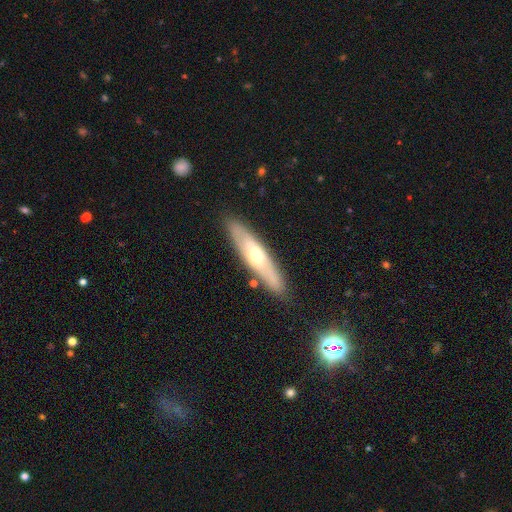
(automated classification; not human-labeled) Smooth or featured: featured or disk — 52% (smooth — 41%)
Edge-on disk: yes — 61% (no — 39%)
Merging: none — 85% (minor disturbance — 10%)